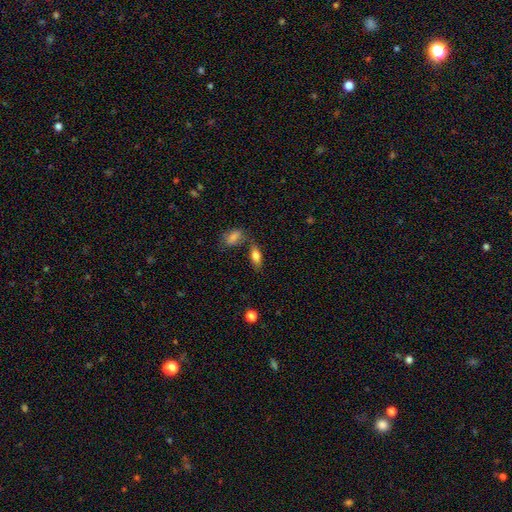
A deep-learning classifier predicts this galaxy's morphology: type=smooth (79%); roundness=in between (81%); merging=none (65%).